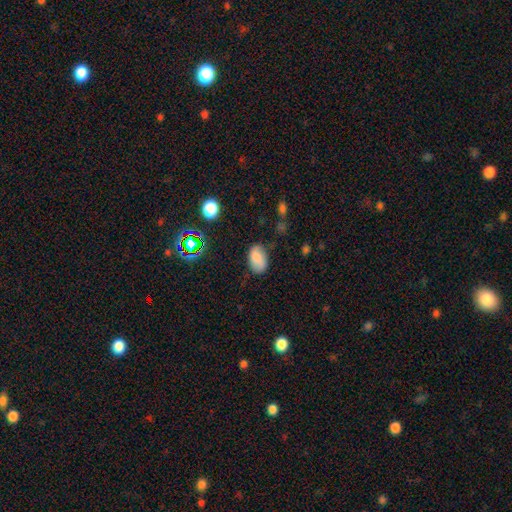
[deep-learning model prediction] Smooth or featured? smooth (80%)
How rounded? in between (90%)
Merging? none (73%)